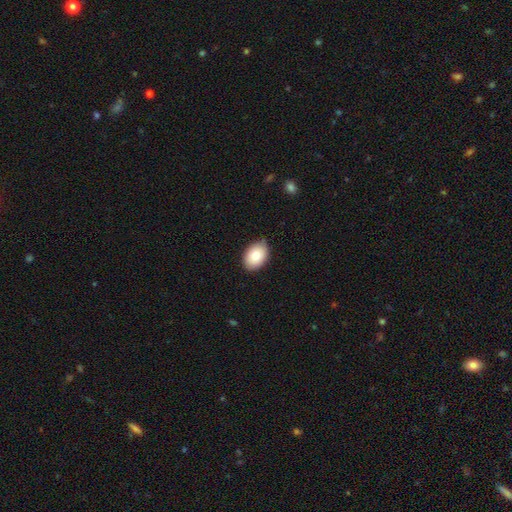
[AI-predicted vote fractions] Smooth or featured?
  - smooth: 81% *
  - featured or disk: 12%
  - star or artifact: 7%
How rounded?
  - in between: 84% *
  - round: 15%
  - cigar-shaped: 1%
Merging?
  - none: 84% *
  - minor disturbance: 13%
  - major disturbance: 2%
  - merger: 1%